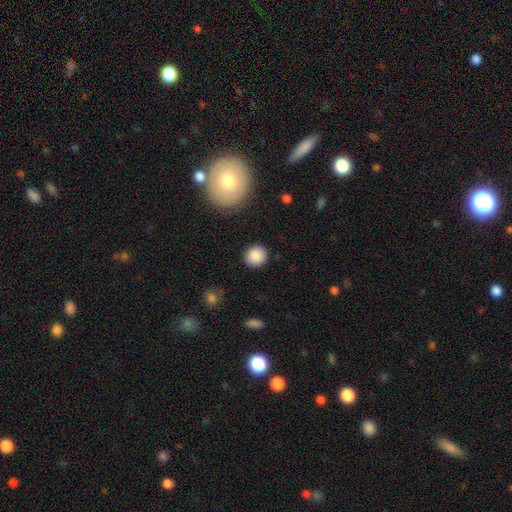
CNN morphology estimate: Q: Smooth or featured?
A: smooth (88%); runner-up: star or artifact (8%)
Q: How rounded?
A: round (90%); runner-up: in between (9%)
Q: Merging?
A: none (90%); runner-up: minor disturbance (6%)